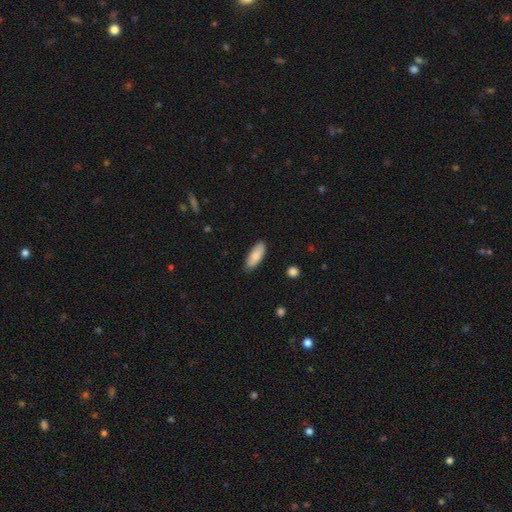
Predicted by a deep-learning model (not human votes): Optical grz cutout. It shows a smooth galaxy with no disk features (87%) that is in between round and cigar-shaped (76%). Merging: none (86%).